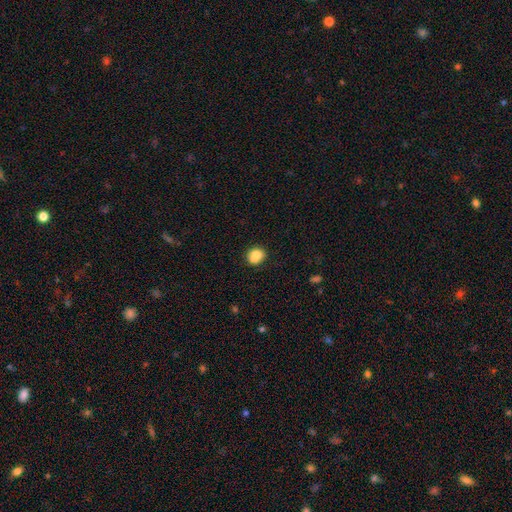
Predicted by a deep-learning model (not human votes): Smooth or featured? Predicted: smooth (p=0.83). How rounded? Predicted: round (p=0.66). Merging? Predicted: none (p=0.68).